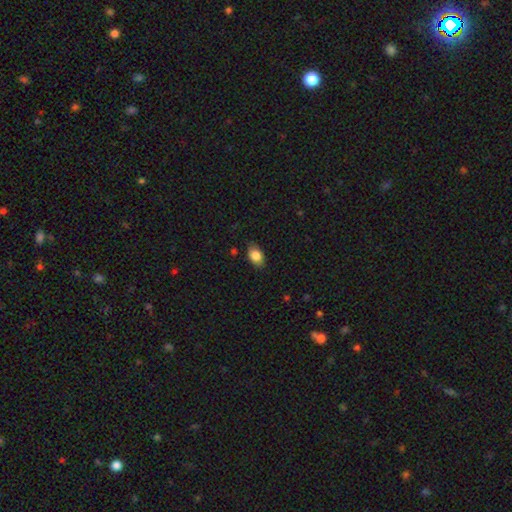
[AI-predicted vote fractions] Smooth or featured? Predicted: smooth (p=0.85). How rounded? Predicted: in between (p=0.87). Merging? Predicted: none (p=0.84).